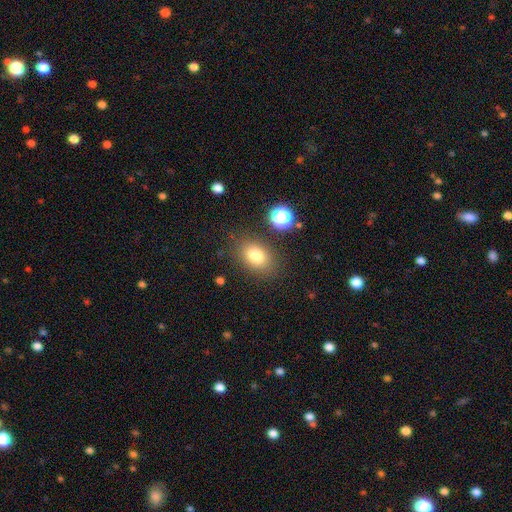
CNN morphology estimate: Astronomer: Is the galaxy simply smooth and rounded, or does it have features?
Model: smooth — 79%.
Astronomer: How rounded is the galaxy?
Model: in between — 72%.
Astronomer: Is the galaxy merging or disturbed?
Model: none — 83%.